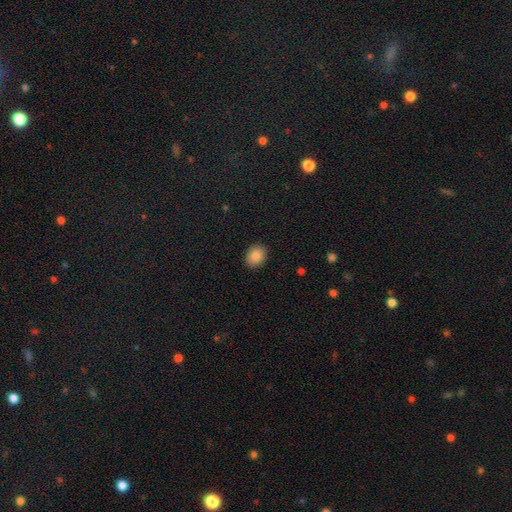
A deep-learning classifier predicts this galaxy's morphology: A smooth galaxy with no disk features (86%) that is in between round and cigar-shaped (61%).

Vote fractions:
- Smooth or featured? smooth: 86% / star or artifact: 8% / featured or disk: 5%
- How rounded? in between: 61% / round: 38% / cigar-shaped: 1%
- Merging? none: 89% / minor disturbance: 8% / major disturbance: 2% / merger: 1%